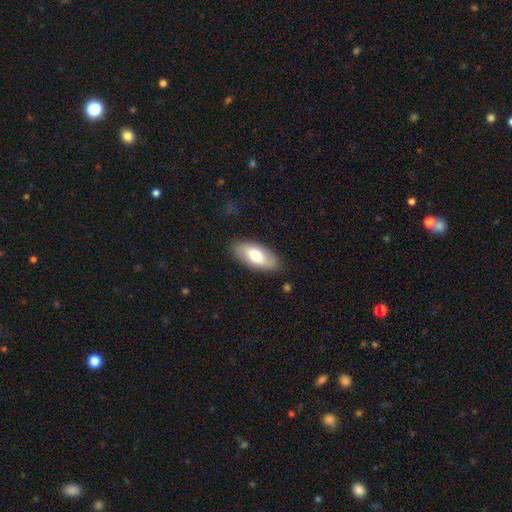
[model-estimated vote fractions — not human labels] This appears to be a smooth galaxy with no disk features (66%) that is in between round and cigar-shaped (90%). Merging: none (87%).